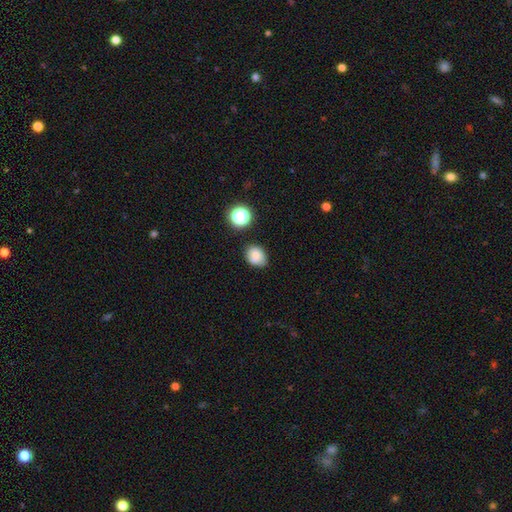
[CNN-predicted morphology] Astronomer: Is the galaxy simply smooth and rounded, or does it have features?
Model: smooth — 77%.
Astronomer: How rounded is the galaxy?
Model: in between — 57% (runner-up: round, 42%).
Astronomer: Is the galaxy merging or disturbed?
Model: none — 67%.